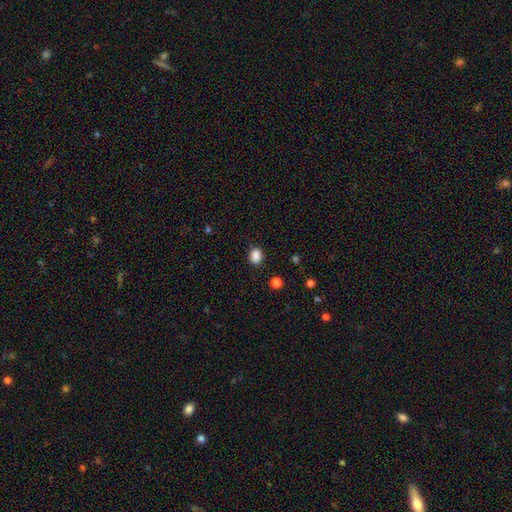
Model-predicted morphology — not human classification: Q: Smooth or featured?
A: smooth (87%); runner-up: star or artifact (10%)
Q: How rounded?
A: in between (63%); runner-up: round (36%)
Q: Merging?
A: none (86%); runner-up: minor disturbance (10%)